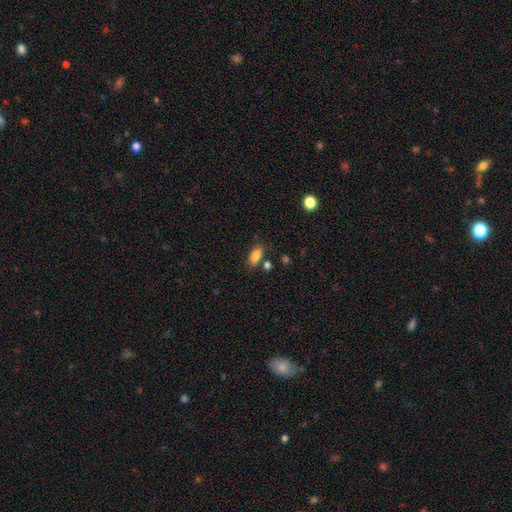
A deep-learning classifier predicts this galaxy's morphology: A smooth galaxy with no disk features (85%) that is in between round and cigar-shaped (84%).

Vote fractions:
- Smooth or featured? smooth: 85% / star or artifact: 9% / featured or disk: 6%
- How rounded? in between: 84% / cigar-shaped: 12% / round: 4%
- Merging? none: 75% / minor disturbance: 14% / merger: 8% / major disturbance: 4%